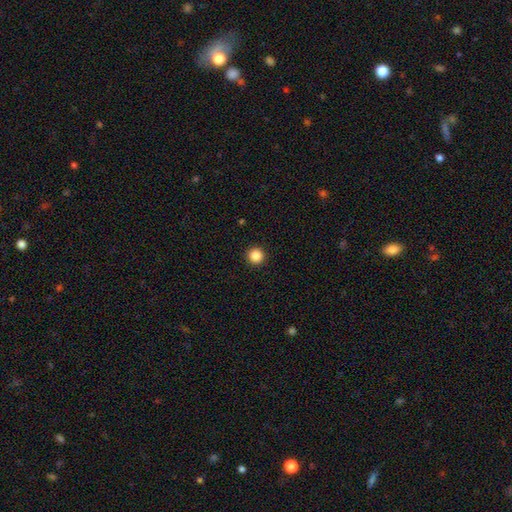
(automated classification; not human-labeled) smooth-or-featured: smooth: 86% | star or artifact: 11% | featured or disk: 3%
  how-rounded: round: 96% | in between: 3% | cigar-shaped: 1%
  merging: none: 94% | minor disturbance: 4% | major disturbance: 2% | merger: 1%